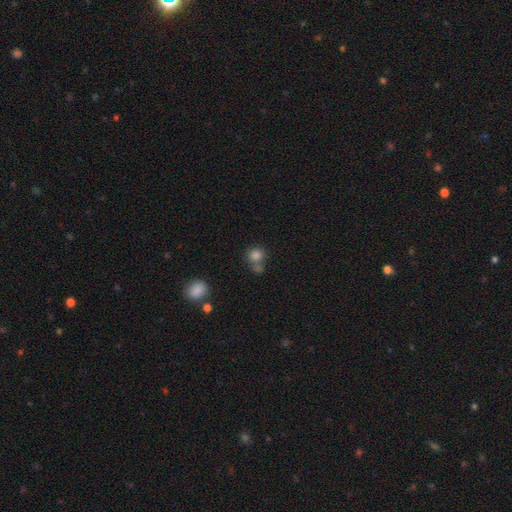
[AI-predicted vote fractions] The model was most divided on "merging": none: 48%, merger: 34%, minor disturbance: 12%, major disturbance: 6%. More confident: how rounded — round (83%); smooth or featured — smooth (81%).